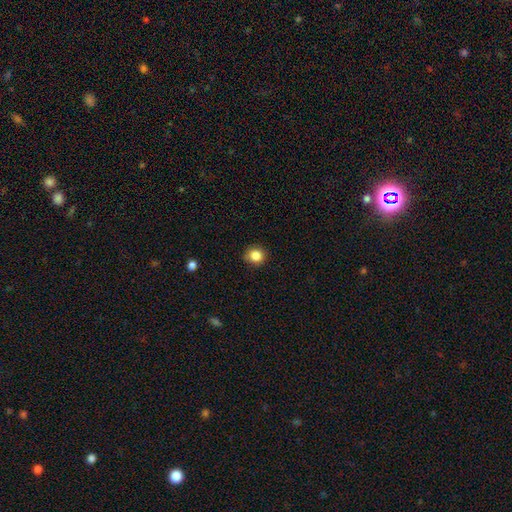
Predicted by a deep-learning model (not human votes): This is clearly a smooth galaxy (85%). How rounded: clearly round (88%). Merging: clearly none (88%).